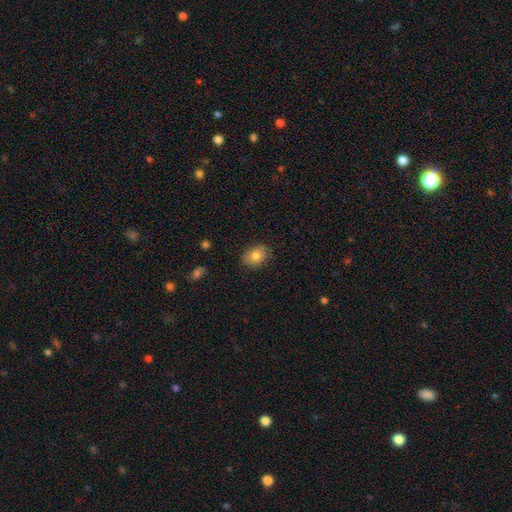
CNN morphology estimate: A smooth galaxy with no disk features (83%) that is in between round and cigar-shaped (66%).

Vote fractions:
- Smooth or featured? smooth: 83% / featured or disk: 9% / star or artifact: 8%
- How rounded? in between: 66% / round: 33% / cigar-shaped: 1%
- Merging? none: 83% / minor disturbance: 13% / major disturbance: 3% / merger: 1%